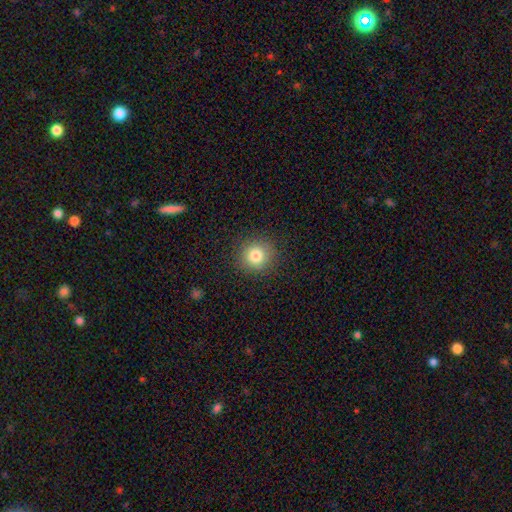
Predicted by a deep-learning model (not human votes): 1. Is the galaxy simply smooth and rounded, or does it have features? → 80% smooth, 12% star or artifact, 8% featured or disk.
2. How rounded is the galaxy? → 93% round, 6% in between, 1% cigar-shaped.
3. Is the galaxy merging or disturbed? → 90% none, 7% minor disturbance, 3% major disturbance, 1% merger.